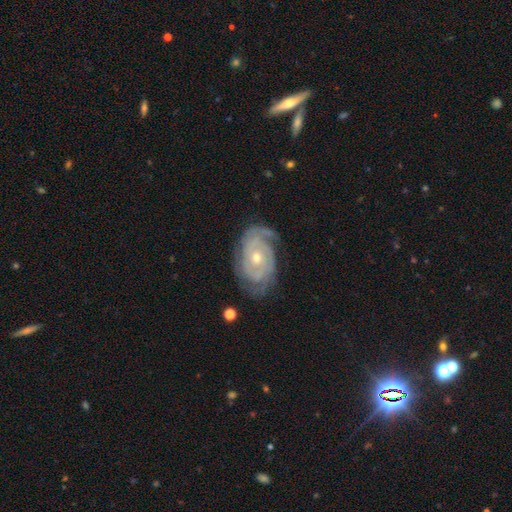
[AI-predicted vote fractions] Overall: featured or disk (84%). Edge-on disk: no (96%). Bar: no (72%). Spiral arms: yes (97%). Spiral arm count: 2 (34%; 3 24%). Spiral winding: tight (79%). Bulge size: small (53%; moderate 44%). Merging: none (79%).